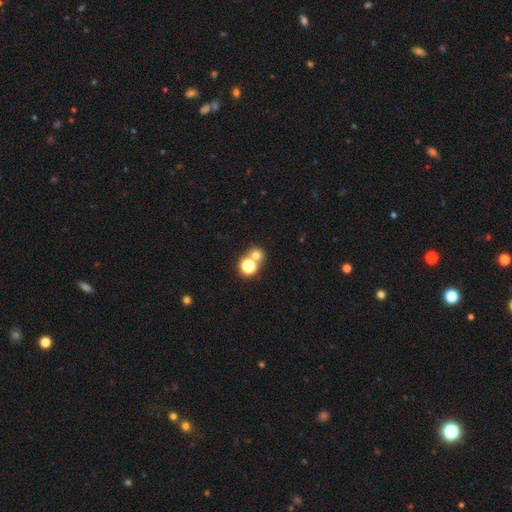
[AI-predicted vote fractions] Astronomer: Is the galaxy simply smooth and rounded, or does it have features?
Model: smooth — 66%.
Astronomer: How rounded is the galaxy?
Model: round — 83%.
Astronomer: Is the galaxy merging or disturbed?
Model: none — 56% (runner-up: merger, 34%).